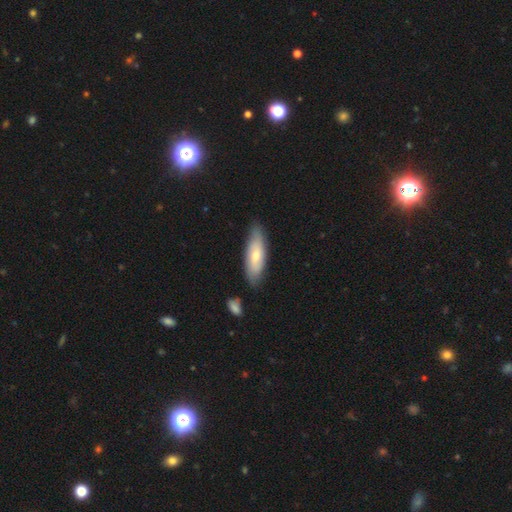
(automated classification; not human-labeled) This appears to be a smooth galaxy with no disk features (66%) that is in between round and cigar-shaped (60%). Merging: none (80%).